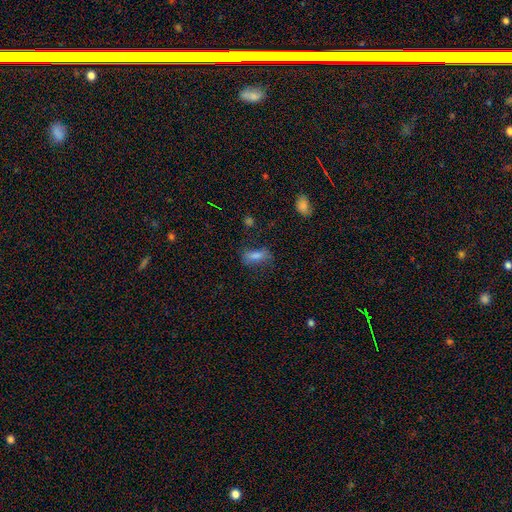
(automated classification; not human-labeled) smooth_or_featured: smooth (p=0.75) [alt: featured or disk p=0.14]
how_rounded: in between (p=0.69) [alt: cigar-shaped p=0.27]
merging: none (p=0.63) [alt: minor disturbance p=0.23]